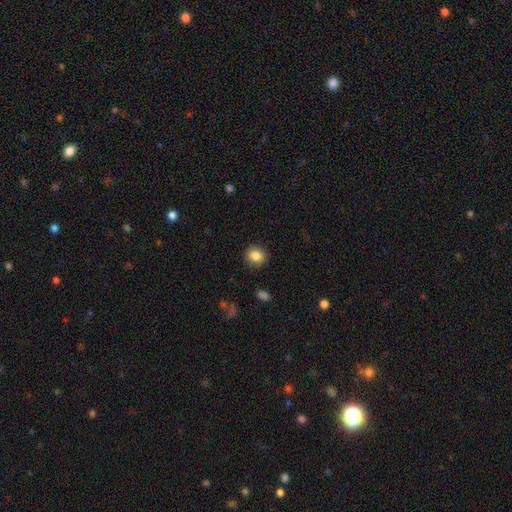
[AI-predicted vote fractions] A smooth galaxy with no disk features (86%) that is round (80%). Merging: none (89%).